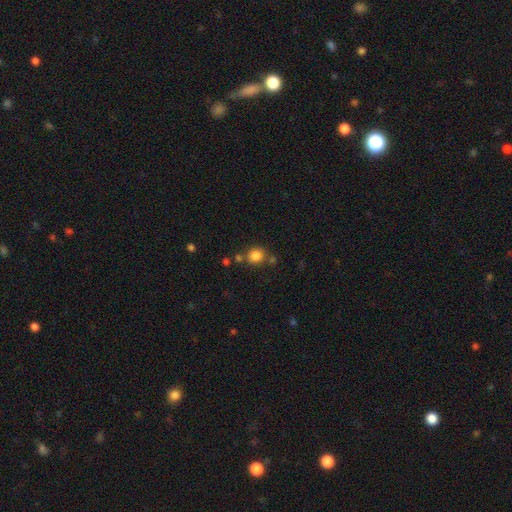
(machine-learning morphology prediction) This is clearly a smooth galaxy (83%). How rounded: clearly round (85%). Merging: likely none (74%).